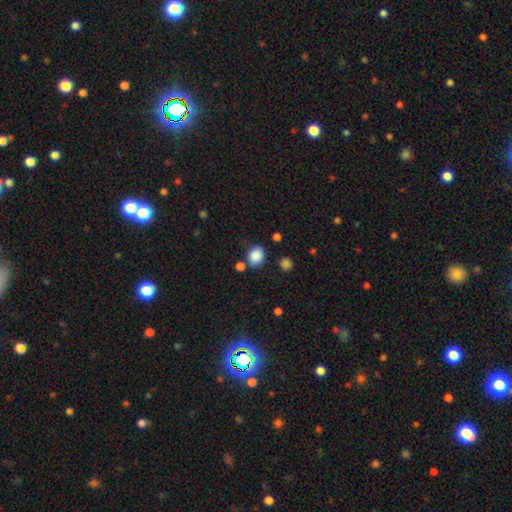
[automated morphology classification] smooth_or_featured: smooth (p=0.86) [alt: star or artifact p=0.10]
how_rounded: round (p=0.50) [alt: in between p=0.49]
merging: none (p=0.72) [alt: minor disturbance p=0.15]